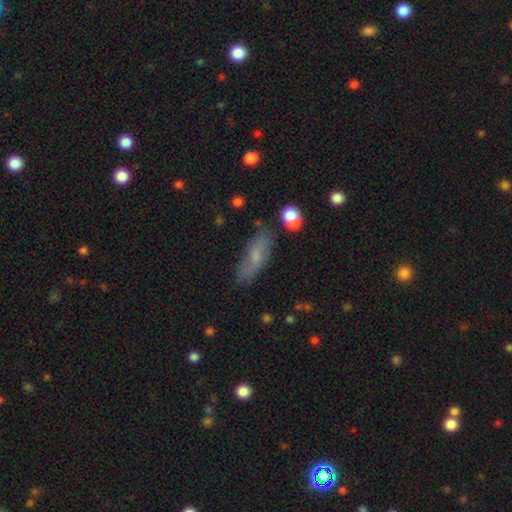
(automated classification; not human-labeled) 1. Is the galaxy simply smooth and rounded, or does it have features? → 62% smooth, 28% featured or disk, 10% star or artifact.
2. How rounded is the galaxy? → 58% in between, 39% cigar-shaped, 4% round.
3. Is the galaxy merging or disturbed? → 71% none, 19% minor disturbance, 6% major disturbance, 4% merger.